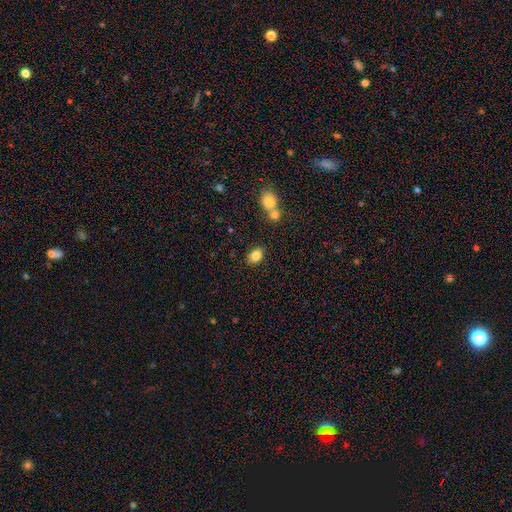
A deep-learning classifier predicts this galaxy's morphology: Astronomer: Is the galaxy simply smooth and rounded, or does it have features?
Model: smooth — 84%.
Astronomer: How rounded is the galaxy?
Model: in between — 70%.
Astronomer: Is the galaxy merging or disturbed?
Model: none — 80%.